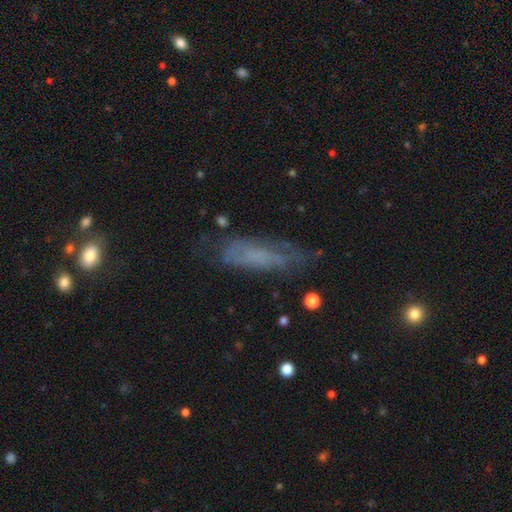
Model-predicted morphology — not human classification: Q: Smooth or featured?
A: smooth (45%); runner-up: featured or disk (41%)
Q: Merging?
A: none (60%); runner-up: minor disturbance (26%)